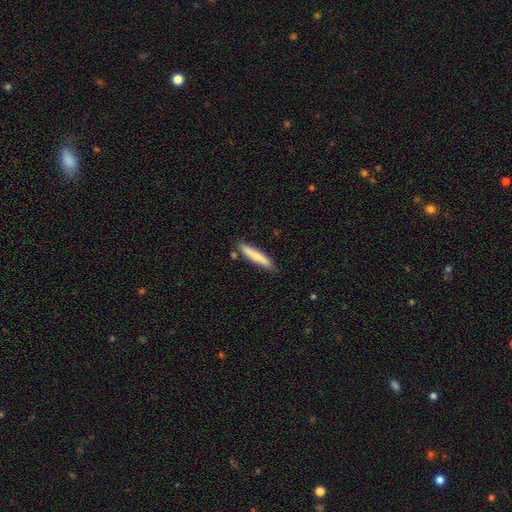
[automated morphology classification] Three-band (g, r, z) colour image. It shows a smooth galaxy with no disk features (74%) that is cigar-shaped (90%). Merging: none (83%).